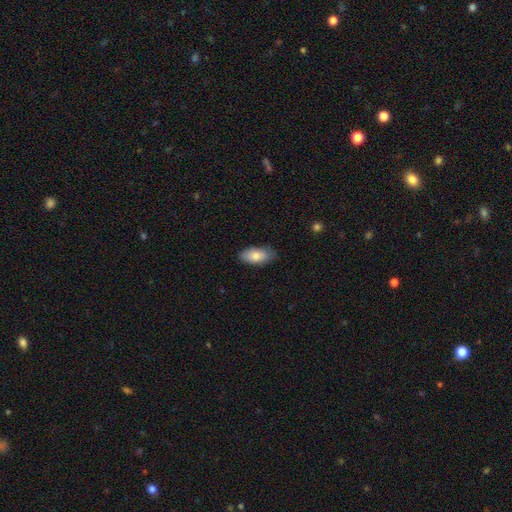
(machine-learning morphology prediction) Smooth or featured: smooth — 81% (featured or disk — 13%)
How rounded: in between — 91% (cigar-shaped — 7%)
Merging: none — 81% (minor disturbance — 16%)